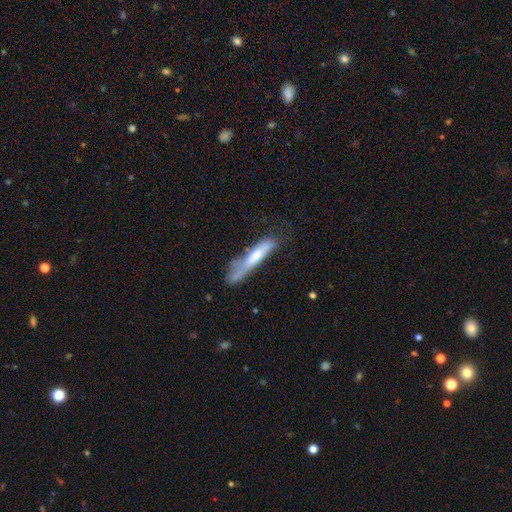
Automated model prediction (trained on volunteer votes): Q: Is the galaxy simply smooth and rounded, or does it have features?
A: smooth — 57%.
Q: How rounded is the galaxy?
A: cigar-shaped — 87%.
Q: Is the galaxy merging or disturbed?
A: none — 46%.